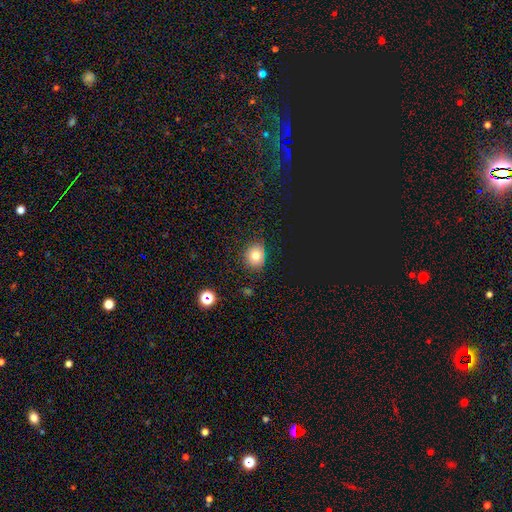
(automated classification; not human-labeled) Smooth or featured? Predicted: smooth (p=0.73). How rounded? Predicted: round (p=0.75). Merging? Predicted: none (p=0.83).